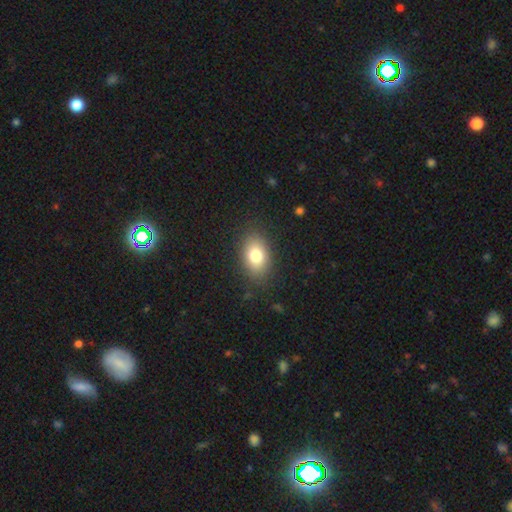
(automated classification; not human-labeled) A smooth galaxy with no disk features (79%) that is in between round and cigar-shaped (84%). Merging: none (85%).